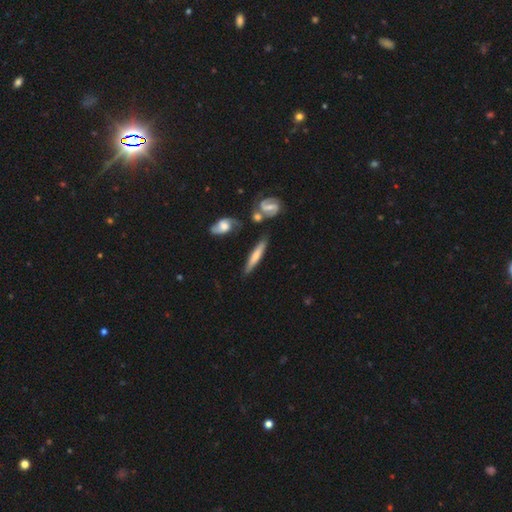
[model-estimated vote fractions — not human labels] A smooth galaxy with no disk features (51%) that is cigar-shaped (88%).

Vote fractions:
- Smooth or featured? smooth: 51% / featured or disk: 43% / star or artifact: 6%
- How rounded? cigar-shaped: 88% / in between: 10% / round: 3%
- Merging? none: 73% / minor disturbance: 15% / merger: 8% / major disturbance: 4%